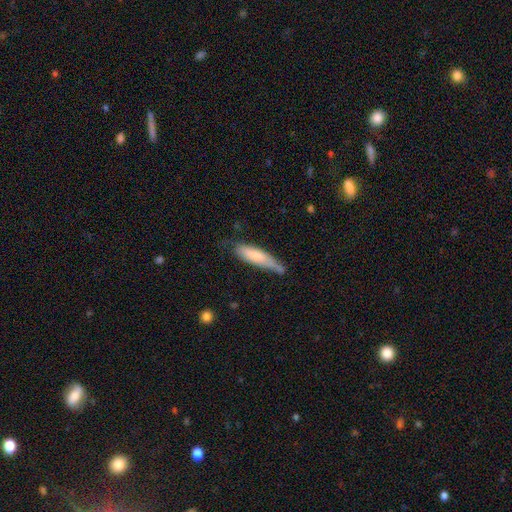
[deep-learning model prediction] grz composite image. It shows a smooth galaxy with no disk features (69%) that is cigar-shaped (71%). Merging: none (49%).